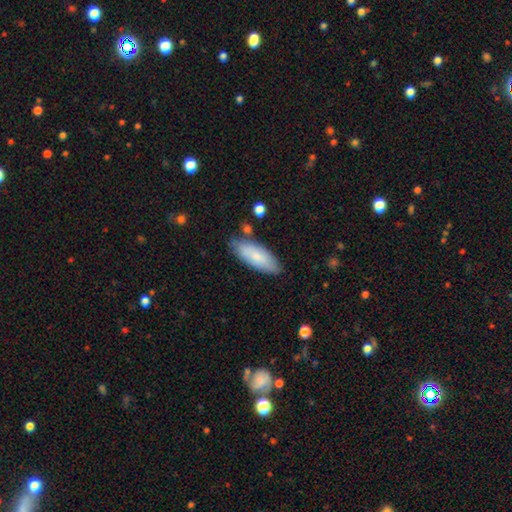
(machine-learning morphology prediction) Q: Smooth or featured?
A: smooth (76%); runner-up: featured or disk (18%)
Q: How rounded?
A: in between (72%); runner-up: cigar-shaped (26%)
Q: Merging?
A: none (74%); runner-up: minor disturbance (19%)